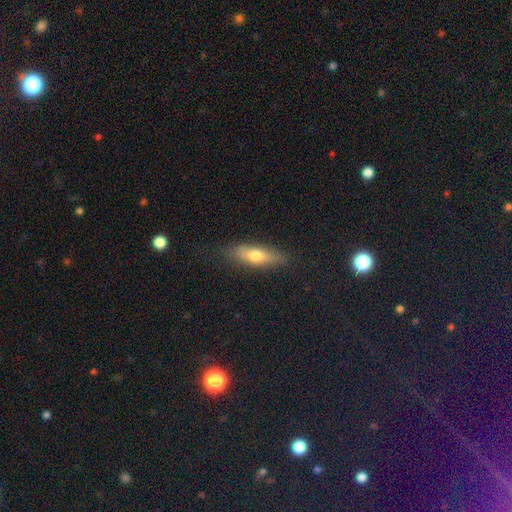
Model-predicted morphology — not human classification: This appears to be a smooth galaxy with no disk features (60%) that is cigar-shaped (53%). Merging: none (80%).